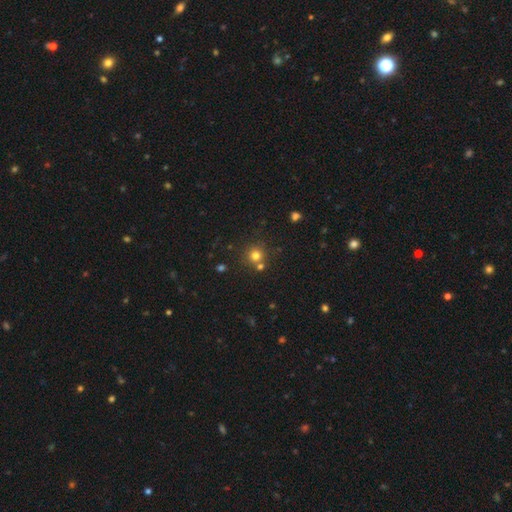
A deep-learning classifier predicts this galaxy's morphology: Overall: smooth (76%). How rounded: round (93%). Merging: none (72%).